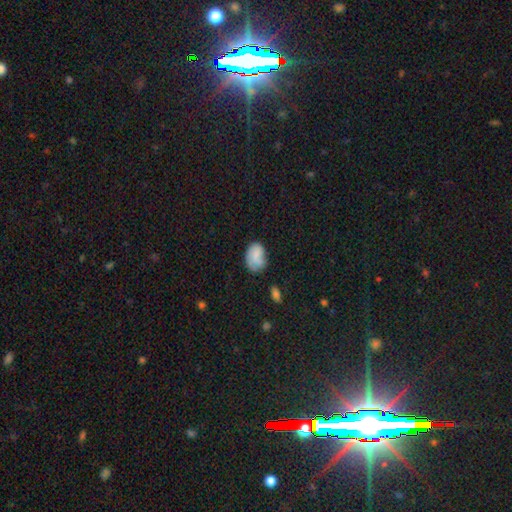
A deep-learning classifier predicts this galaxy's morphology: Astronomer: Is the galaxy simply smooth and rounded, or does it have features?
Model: smooth — 77%.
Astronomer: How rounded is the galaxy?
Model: in between — 83%.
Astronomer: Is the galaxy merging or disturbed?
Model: none — 55% (runner-up: minor disturbance, 30%).